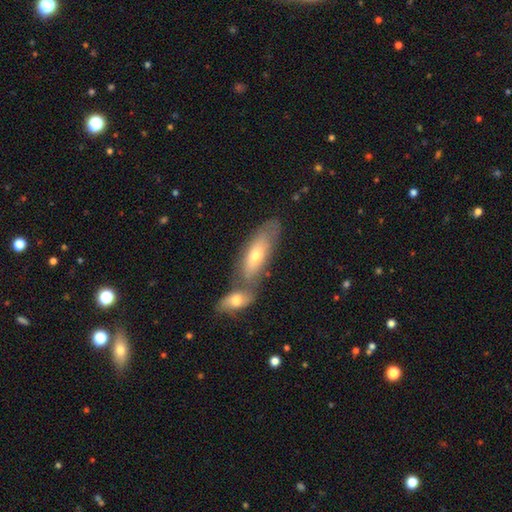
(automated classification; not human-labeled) Overall: smooth (59%; featured or disk 34%). How rounded: in between (66%; cigar-shaped 31%). Merging: merger (46%; none 38%).